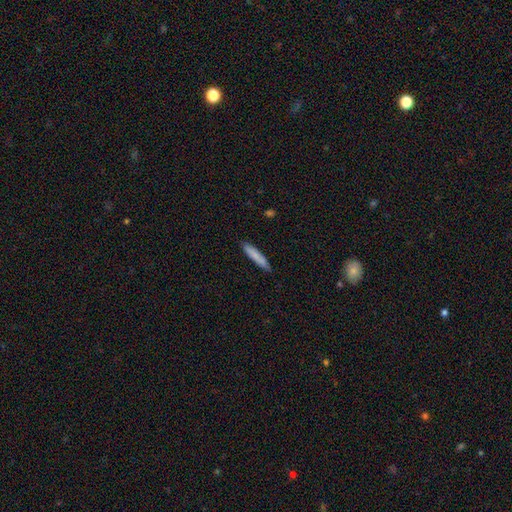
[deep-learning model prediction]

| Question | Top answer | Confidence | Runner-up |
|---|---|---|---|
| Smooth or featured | smooth | 81% | featured or disk (13%) |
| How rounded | cigar-shaped | 90% | in between (9%) |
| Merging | none | 85% | minor disturbance (12%) |